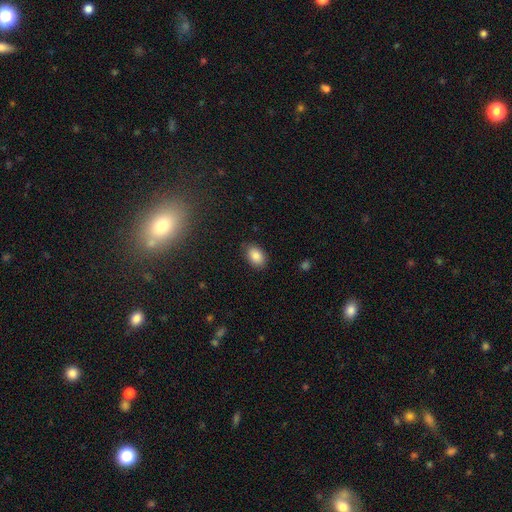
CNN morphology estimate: type=smooth (87%); roundness=in between (85%); merging=none (84%).